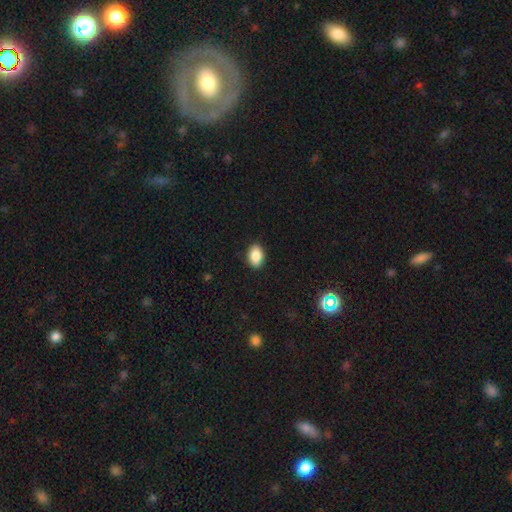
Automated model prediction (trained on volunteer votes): Smooth or featured?
  - smooth: 88% *
  - star or artifact: 8%
  - featured or disk: 5%
How rounded?
  - in between: 88% *
  - round: 11%
  - cigar-shaped: 1%
Merging?
  - none: 89% *
  - minor disturbance: 8%
  - major disturbance: 2%
  - merger: 1%